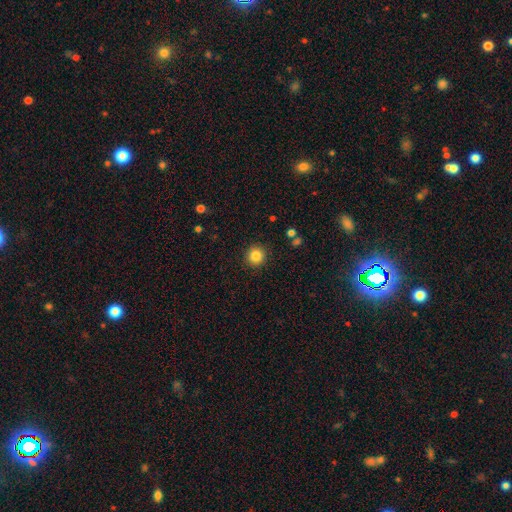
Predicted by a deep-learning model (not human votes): smooth_or_featured: smooth (p=0.85) [alt: star or artifact p=0.10]
how_rounded: round (p=0.94) [alt: in between p=0.05]
merging: none (p=0.91) [alt: minor disturbance p=0.05]